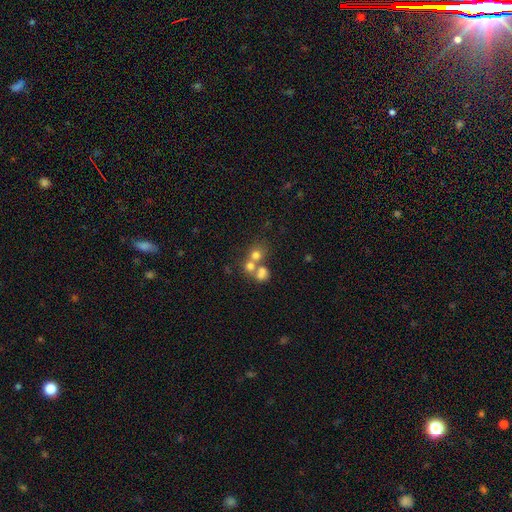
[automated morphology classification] A smooth galaxy with no disk features (67%) that is round (80%).

Vote fractions:
- Smooth or featured? smooth: 67% / featured or disk: 17% / star or artifact: 16%
- How rounded? round: 80% / in between: 19% / cigar-shaped: 1%
- Merging? merger: 50% / none: 39% / minor disturbance: 7% / major disturbance: 4%